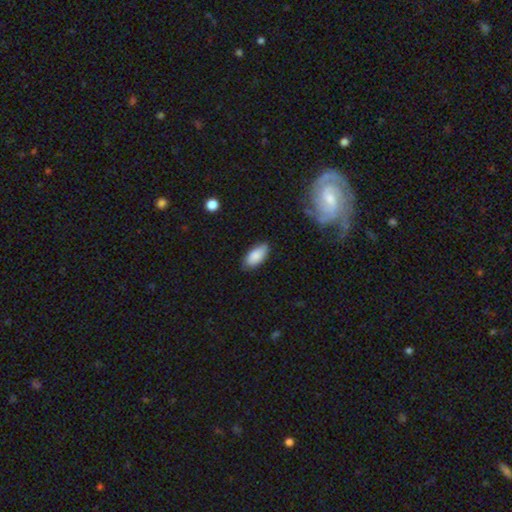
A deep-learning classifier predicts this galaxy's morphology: smooth_or_featured: smooth (p=0.86) [alt: featured or disk p=0.07]
how_rounded: in between (p=0.91) [alt: cigar-shaped p=0.07]
merging: none (p=0.77) [alt: minor disturbance p=0.19]